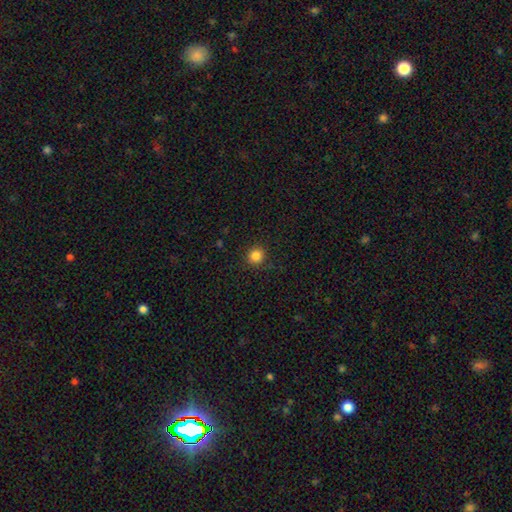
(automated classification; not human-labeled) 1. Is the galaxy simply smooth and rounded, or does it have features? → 84% smooth, 12% star or artifact, 4% featured or disk.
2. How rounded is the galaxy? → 93% round, 6% in between, 1% cigar-shaped.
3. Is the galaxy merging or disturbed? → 90% none, 7% minor disturbance, 2% major disturbance, 1% merger.